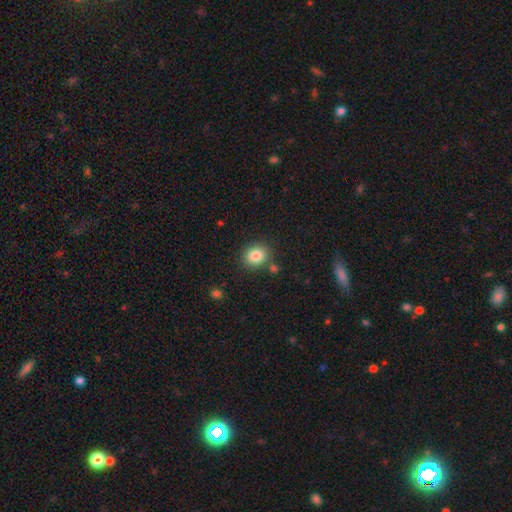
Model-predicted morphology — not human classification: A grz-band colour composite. It shows a smooth galaxy with no disk features (84%) that is round (66%). Merging: none (81%).